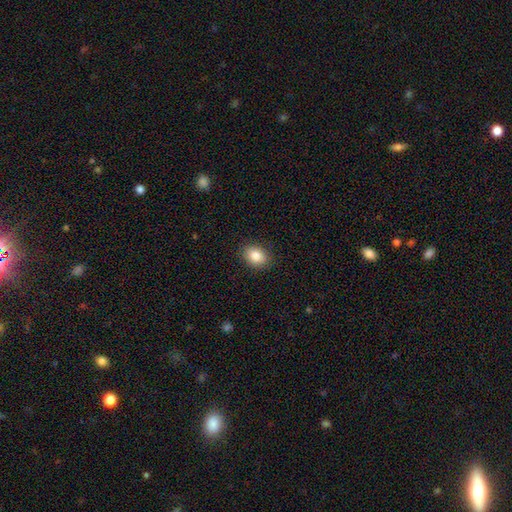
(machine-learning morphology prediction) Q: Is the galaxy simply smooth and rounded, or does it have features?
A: smooth — 86%.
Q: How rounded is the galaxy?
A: in between — 65%.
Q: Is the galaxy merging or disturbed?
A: none — 88%.